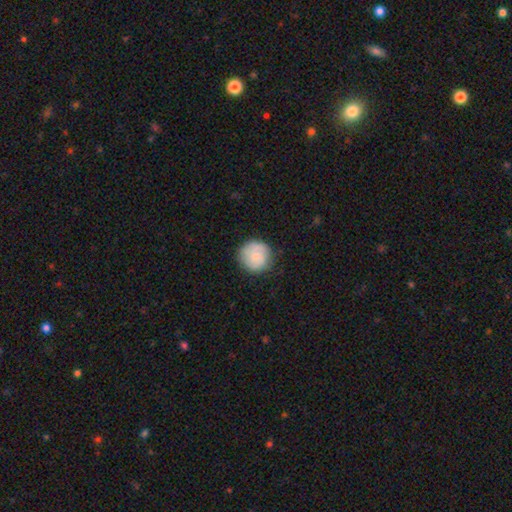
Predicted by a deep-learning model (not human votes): Smooth or featured? smooth (72%)
How rounded? round (94%)
Merging? none (81%)